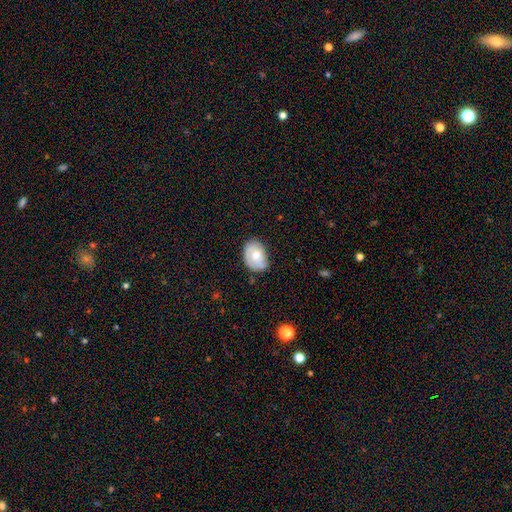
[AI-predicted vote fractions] Overall: smooth (60%; featured or disk 34%). How rounded: in between (77%). Merging: none (60%; minor disturbance 31%).